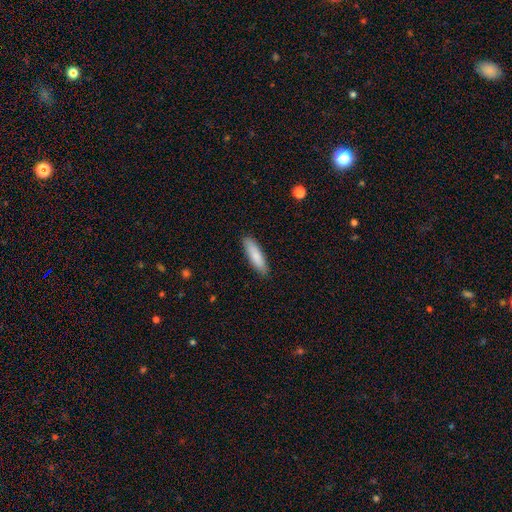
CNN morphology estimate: A smooth galaxy with no disk features (84%) that is cigar-shaped (68%). Merging: none (87%).